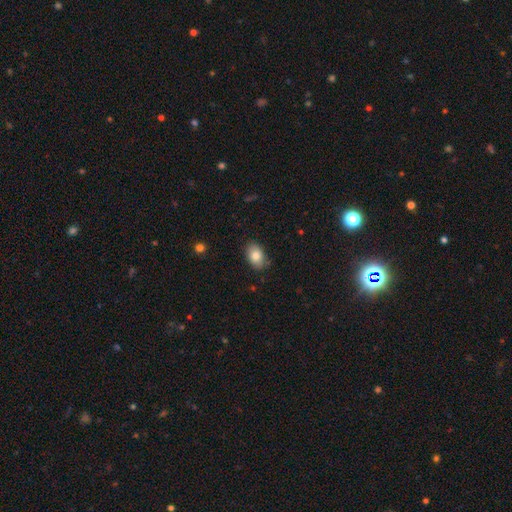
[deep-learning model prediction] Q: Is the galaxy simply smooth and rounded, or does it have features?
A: smooth — 83%.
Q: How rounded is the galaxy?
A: in between — 86%.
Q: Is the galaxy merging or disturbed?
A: none — 84%.